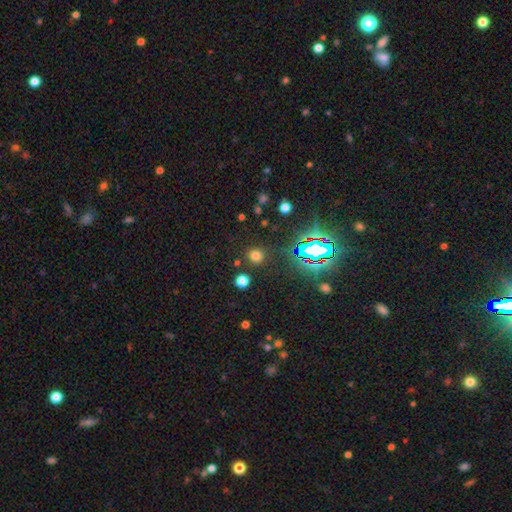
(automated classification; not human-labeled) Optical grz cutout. It shows a smooth galaxy with no disk features (69%) that is round (90%). Merging: none (86%).